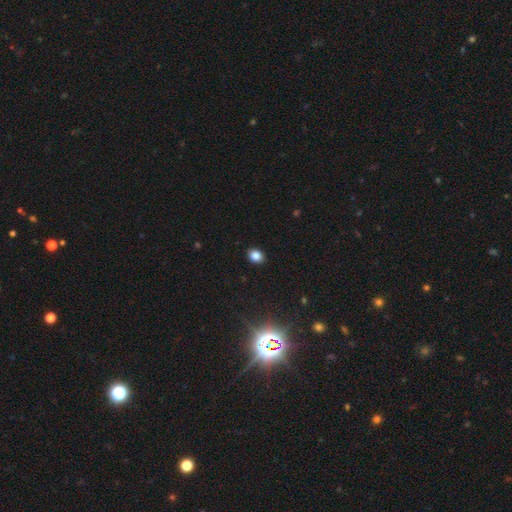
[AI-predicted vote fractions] Smooth or featured: smooth — 83% (star or artifact — 12%)
How rounded: in between — 55% (round — 44%)
Merging: none — 90% (minor disturbance — 7%)